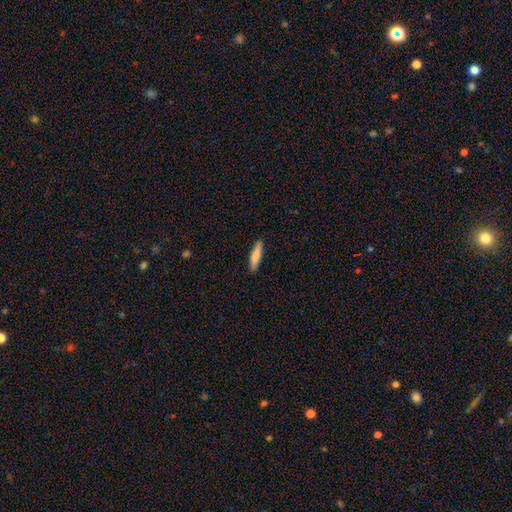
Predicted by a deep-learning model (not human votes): Smooth or featured: smooth — 82% (featured or disk — 12%)
How rounded: cigar-shaped — 82% (in between — 16%)
Merging: none — 89% (minor disturbance — 8%)